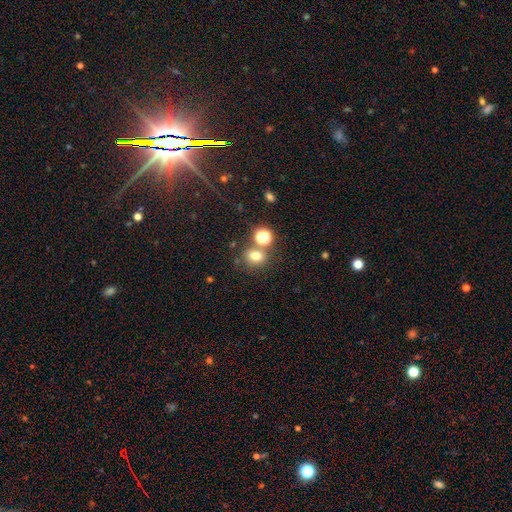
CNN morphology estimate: smooth 73%, star or artifact 19%, featured or disk 9%. Down the decision tree: how rounded — round (64%); merging — none (66%).